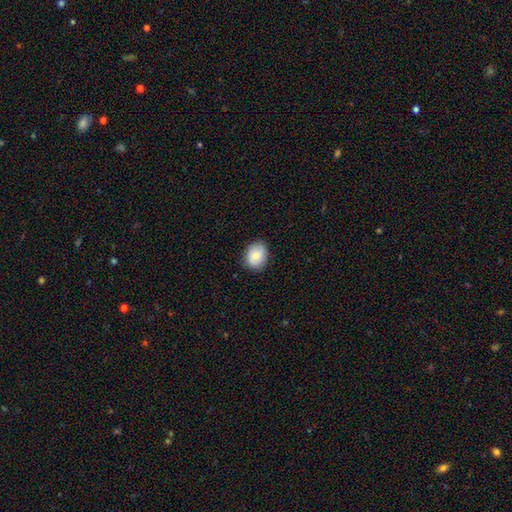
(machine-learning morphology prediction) Overall: smooth (80%). How rounded: round (50%; in between 49%). Merging: none (82%).